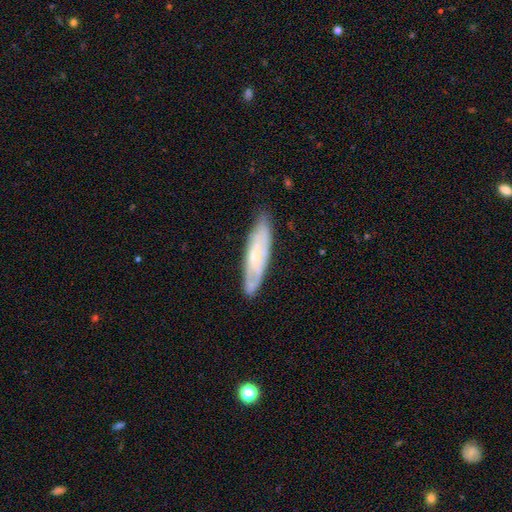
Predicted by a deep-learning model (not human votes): Smooth or featured? Predicted: featured or disk (p=0.63). Edge-on disk? Predicted: no (p=0.61). Merging? Predicted: none (p=0.79).